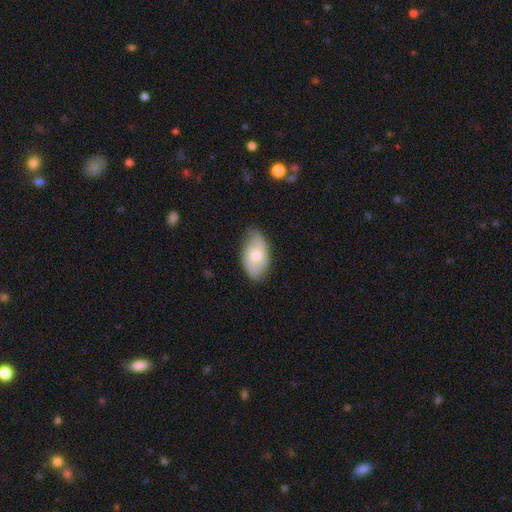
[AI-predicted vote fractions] Overall: smooth (65%; featured or disk 29%). How rounded: in between (93%). Merging: none (70%).